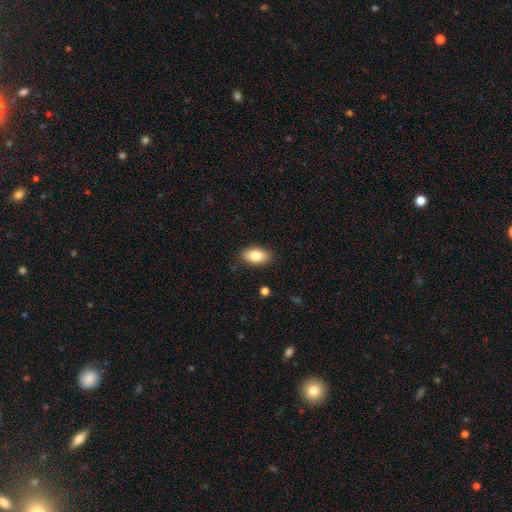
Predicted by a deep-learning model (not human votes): smooth_or_featured: smooth (p=0.83) [alt: featured or disk p=0.11]
how_rounded: in between (p=0.92) [alt: round p=0.05]
merging: none (p=0.87) [alt: minor disturbance p=0.10]